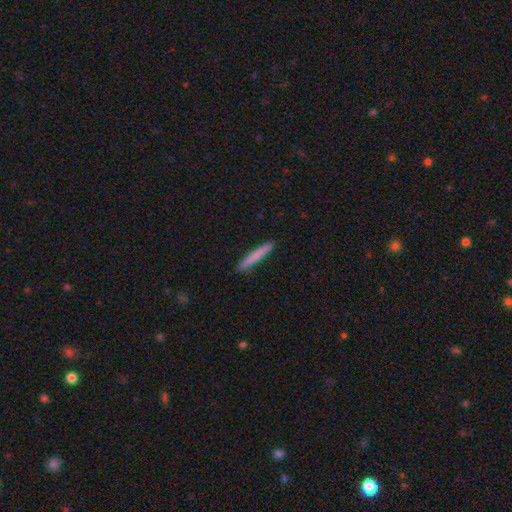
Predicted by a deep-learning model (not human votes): This appears to be a smooth galaxy with no disk features (77%) that is cigar-shaped (96%). Merging: none (92%).